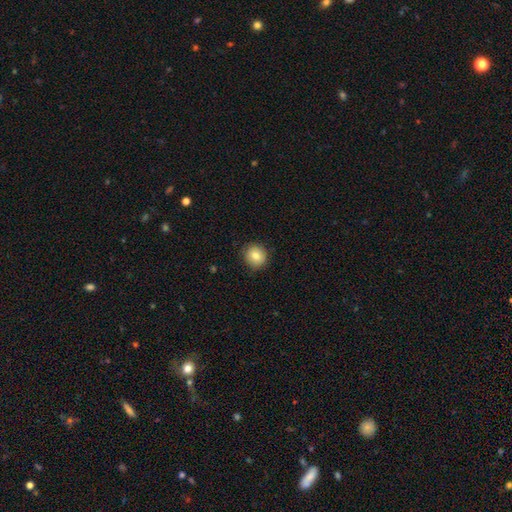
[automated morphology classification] Smooth or featured? Predicted: smooth (p=0.81). How rounded? Predicted: round (p=0.89). Merging? Predicted: none (p=0.89).